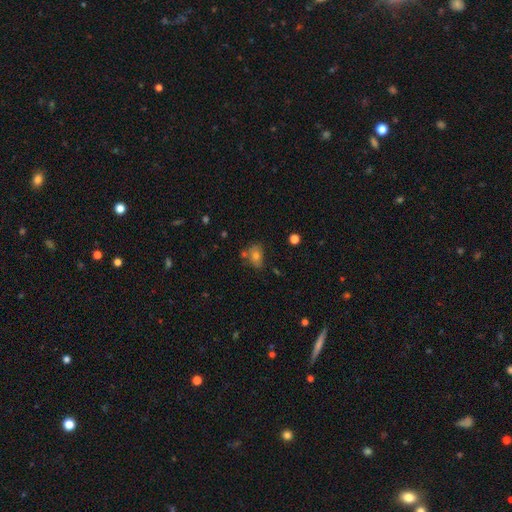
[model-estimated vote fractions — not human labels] Smooth or featured?
  - smooth: 70% *
  - featured or disk: 16%
  - star or artifact: 14%
How rounded?
  - in between: 67% *
  - round: 31%
  - cigar-shaped: 2%
Merging?
  - none: 60% *
  - minor disturbance: 20%
  - merger: 14%
  - major disturbance: 6%